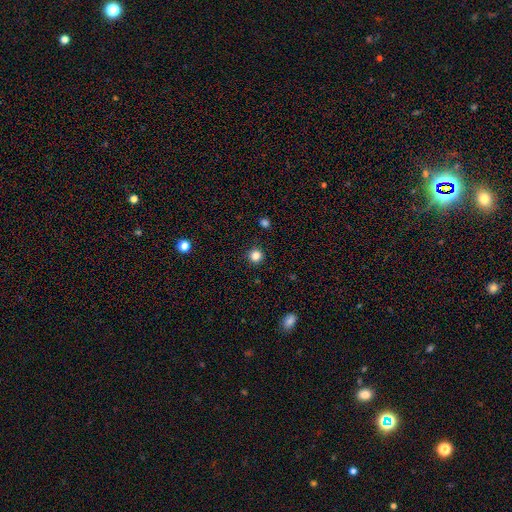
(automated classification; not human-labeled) A smooth galaxy with no disk features (84%) that is round (95%).

Vote fractions:
- Smooth or featured? smooth: 84% / star or artifact: 12% / featured or disk: 4%
- How rounded? round: 95% / in between: 4% / cigar-shaped: 1%
- Merging? none: 92% / minor disturbance: 5% / major disturbance: 2% / merger: 1%